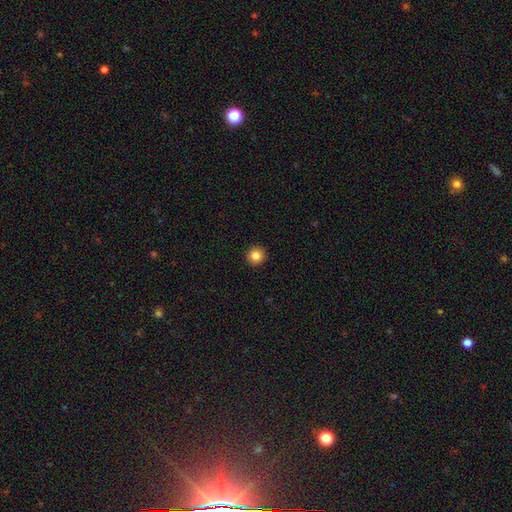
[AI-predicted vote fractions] smooth-or-featured: smooth: 84% | star or artifact: 11% | featured or disk: 5%
  how-rounded: round: 96% | in between: 3% | cigar-shaped: 1%
  merging: none: 94% | minor disturbance: 4% | major disturbance: 1% | merger: 1%